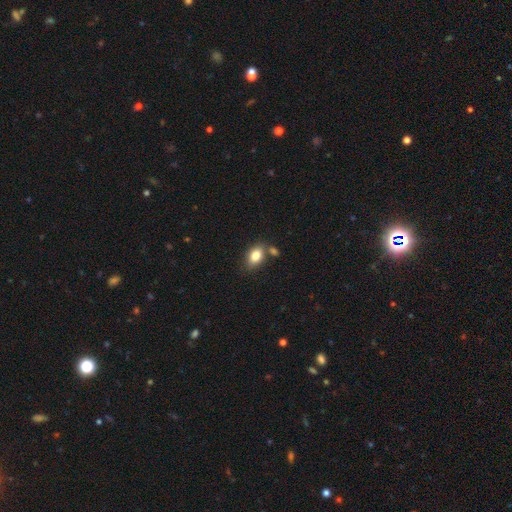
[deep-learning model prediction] Smooth or featured: smooth — 81% (featured or disk — 10%)
How rounded: in between — 84% (round — 14%)
Merging: none — 65% (merger — 16%)